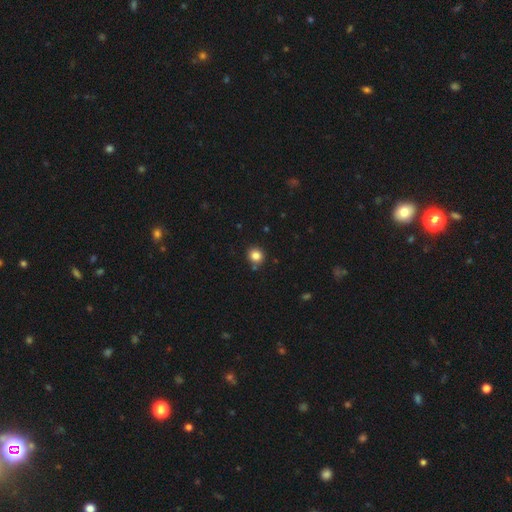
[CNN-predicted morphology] smooth_or_featured: smooth (p=0.84) [alt: star or artifact p=0.11]
how_rounded: round (p=0.88) [alt: in between p=0.11]
merging: none (p=0.85) [alt: minor disturbance p=0.08]